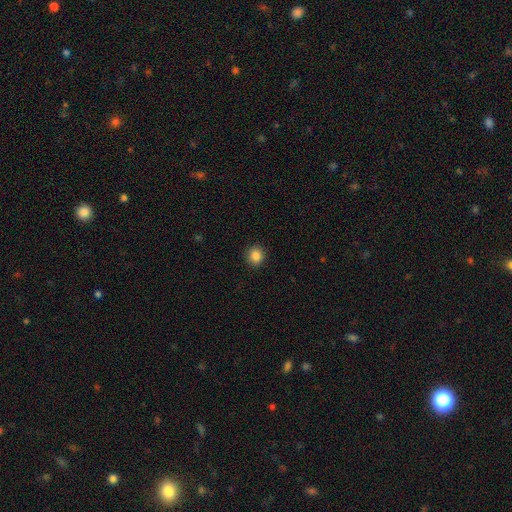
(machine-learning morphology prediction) This is clearly a smooth galaxy (86%). How rounded: clearly round (82%). Merging: clearly none (91%).